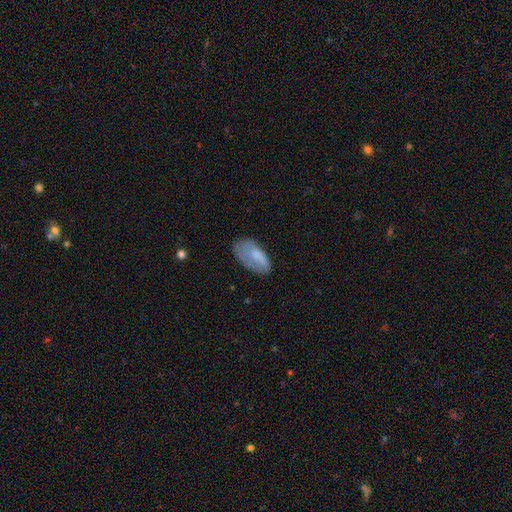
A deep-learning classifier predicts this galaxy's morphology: smooth_or_featured: smooth (p=0.68) [alt: featured or disk p=0.25]
how_rounded: in between (p=0.92) [alt: cigar-shaped p=0.04]
merging: none (p=0.52) [alt: minor disturbance p=0.30]